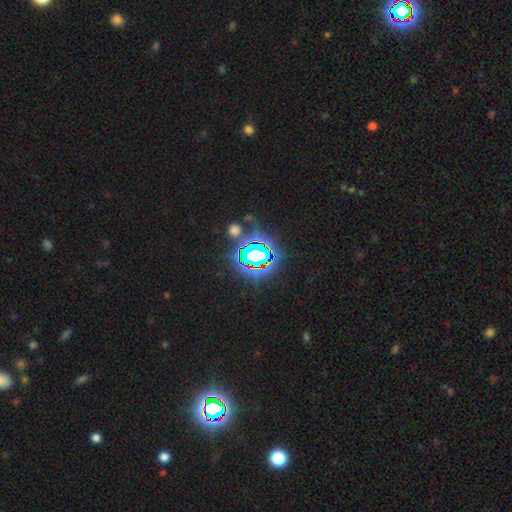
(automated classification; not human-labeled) The model was most divided on "smooth or featured": star or artifact: 72%, smooth: 16%, featured or disk: 12%.